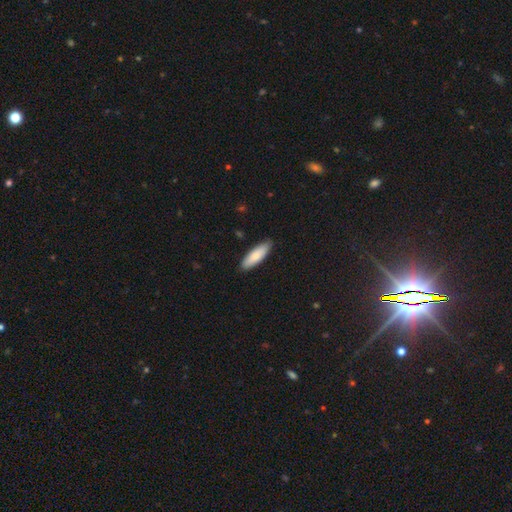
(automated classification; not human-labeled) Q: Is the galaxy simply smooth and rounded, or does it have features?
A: smooth — 82%.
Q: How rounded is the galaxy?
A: in between — 51%.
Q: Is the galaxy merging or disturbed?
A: none — 88%.